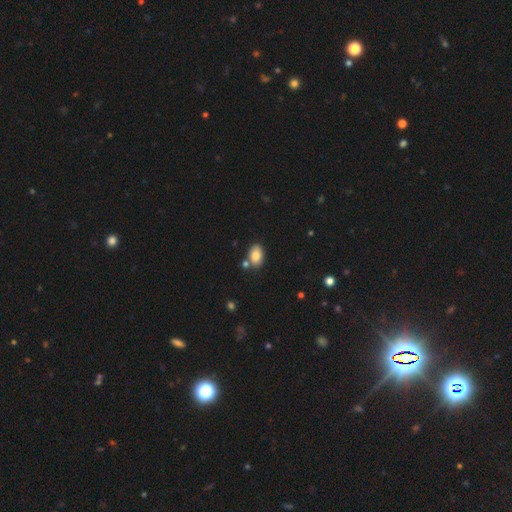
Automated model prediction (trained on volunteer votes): Q: Smooth or featured?
A: smooth (85%); runner-up: star or artifact (8%)
Q: How rounded?
A: in between (85%); runner-up: round (14%)
Q: Merging?
A: none (69%); runner-up: minor disturbance (14%)